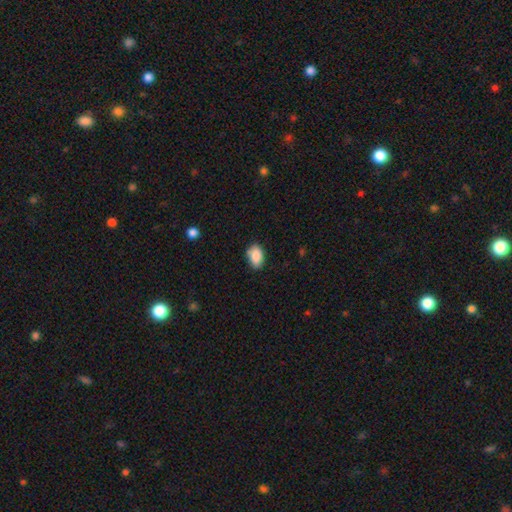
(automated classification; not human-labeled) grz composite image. It shows a smooth galaxy with no disk features (87%) that is in between round and cigar-shaped (86%). Merging: none (73%).